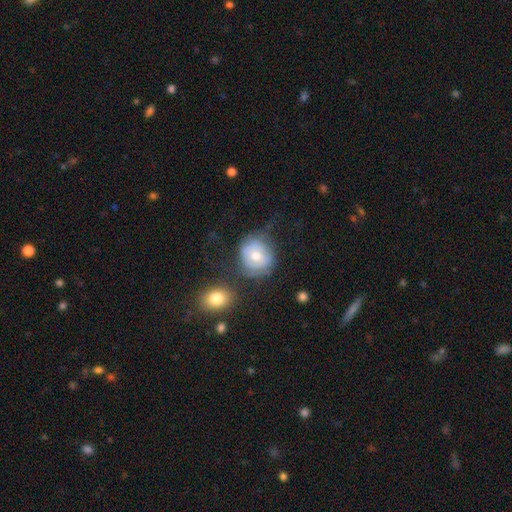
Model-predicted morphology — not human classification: This is possibly a smooth galaxy (46%, tied with featured or disk). Merging: possibly none (49%).